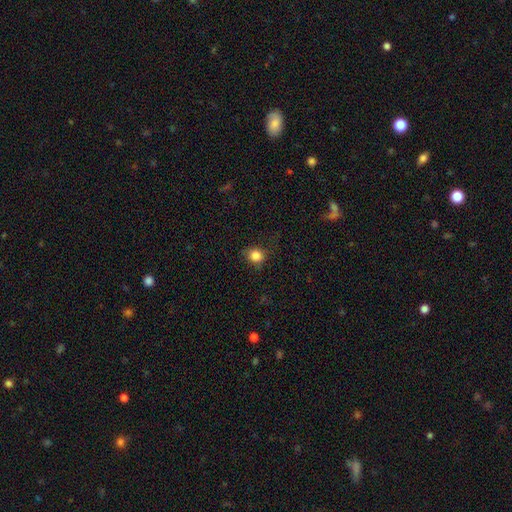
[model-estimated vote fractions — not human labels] smooth_or_featured: smooth (p=0.84) [alt: star or artifact p=0.11]
how_rounded: round (p=0.75) [alt: in between p=0.24]
merging: none (p=0.74) [alt: minor disturbance p=0.18]